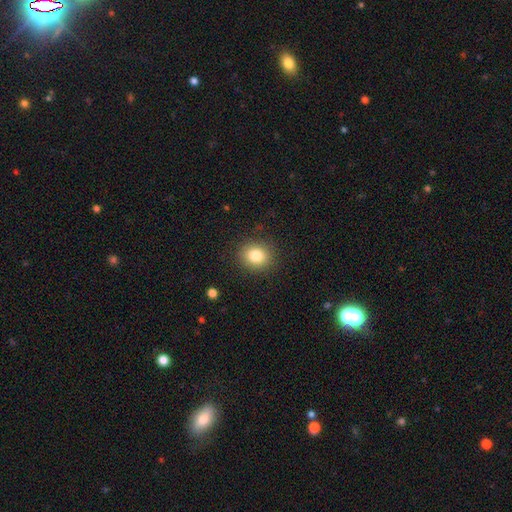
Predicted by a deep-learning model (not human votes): Smooth or featured?
  - smooth: 82% *
  - star or artifact: 11%
  - featured or disk: 7%
How rounded?
  - round: 77% *
  - in between: 22%
  - cigar-shaped: 1%
Merging?
  - none: 89% *
  - minor disturbance: 8%
  - major disturbance: 3%
  - merger: 1%